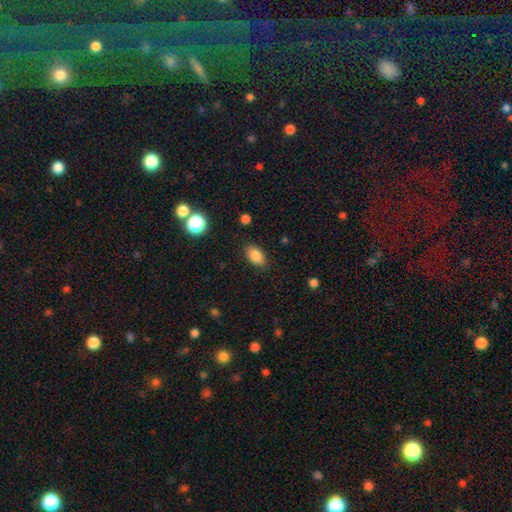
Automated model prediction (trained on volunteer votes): Overall: smooth (84%). How rounded: in between (88%). Merging: none (86%).